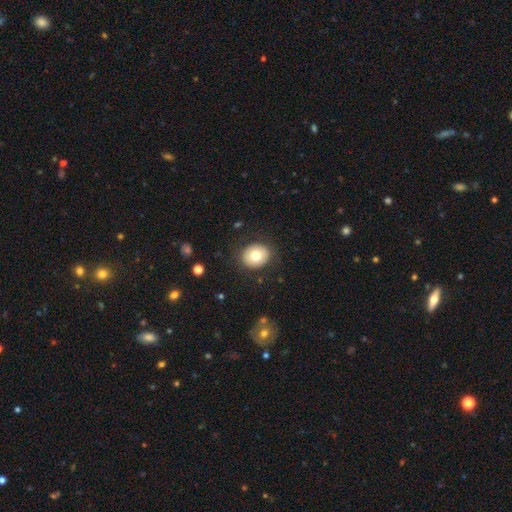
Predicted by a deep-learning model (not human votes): The model was most divided on "how rounded": round: 70%, in between: 29%, cigar-shaped: 1%. More confident: merging — none (87%); smooth or featured — smooth (74%).